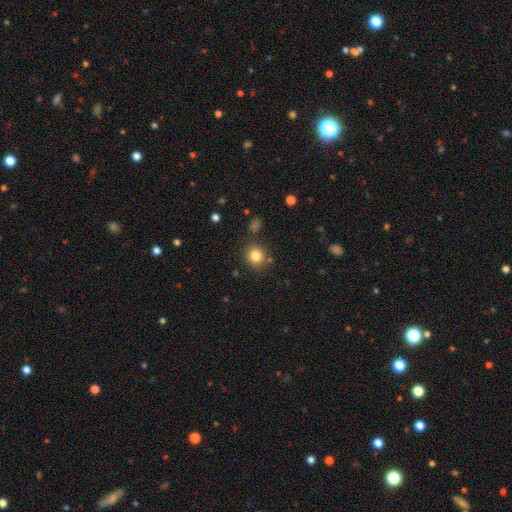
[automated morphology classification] smooth_or_featured: smooth (p=0.82) [alt: star or artifact p=0.12]
how_rounded: round (p=0.87) [alt: in between p=0.12]
merging: none (p=0.84) [alt: minor disturbance p=0.09]